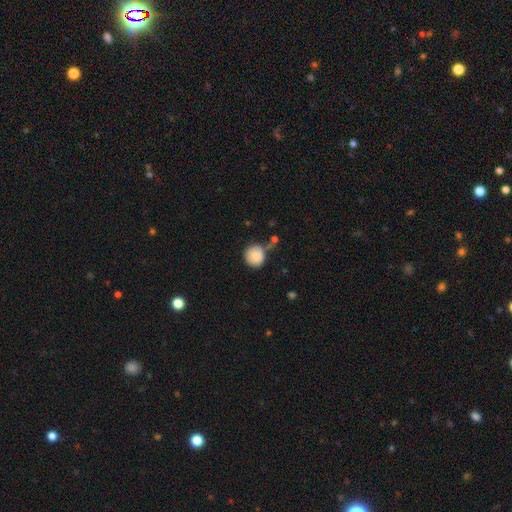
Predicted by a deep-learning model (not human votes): A smooth galaxy with no disk features (86%) that is round (90%). Merging: none (64%).